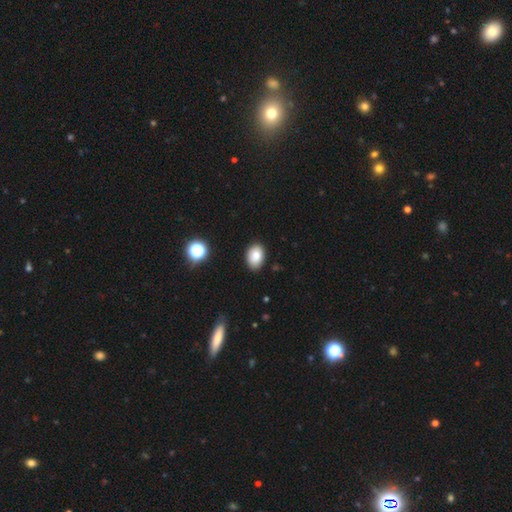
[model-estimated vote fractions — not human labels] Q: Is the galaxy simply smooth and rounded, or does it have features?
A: smooth — 83%.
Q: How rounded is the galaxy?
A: in between — 82%.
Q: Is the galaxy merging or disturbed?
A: none — 88%.